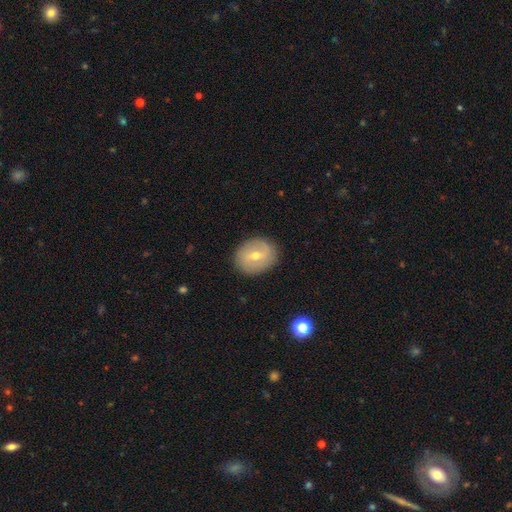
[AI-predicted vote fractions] Smooth or featured: featured or disk — 48% (smooth — 44%)
Merging: none — 87% (minor disturbance — 9%)